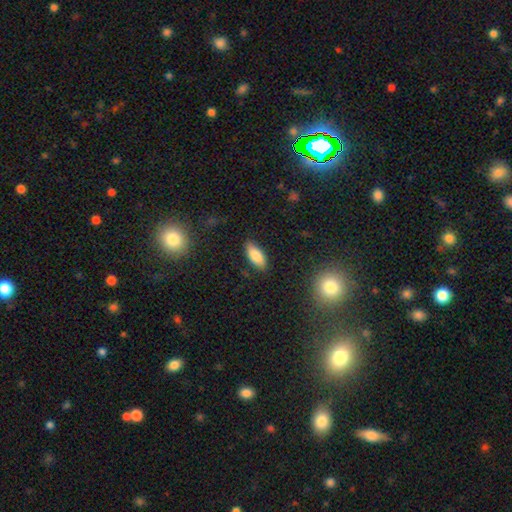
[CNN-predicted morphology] The model was most divided on "how rounded": in between: 84%, cigar-shaped: 14%, round: 2%. More confident: smooth or featured — smooth (85%); merging — none (84%).